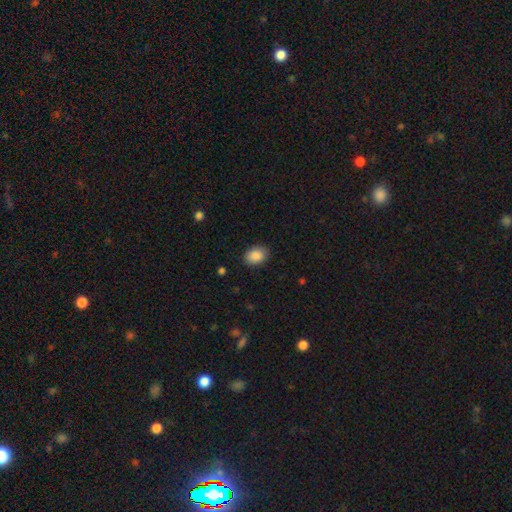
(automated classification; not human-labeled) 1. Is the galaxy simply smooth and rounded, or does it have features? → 89% smooth, 8% star or artifact, 3% featured or disk.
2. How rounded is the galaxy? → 76% in between, 23% round, 1% cigar-shaped.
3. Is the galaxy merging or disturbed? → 87% none, 10% minor disturbance, 2% major disturbance, 1% merger.